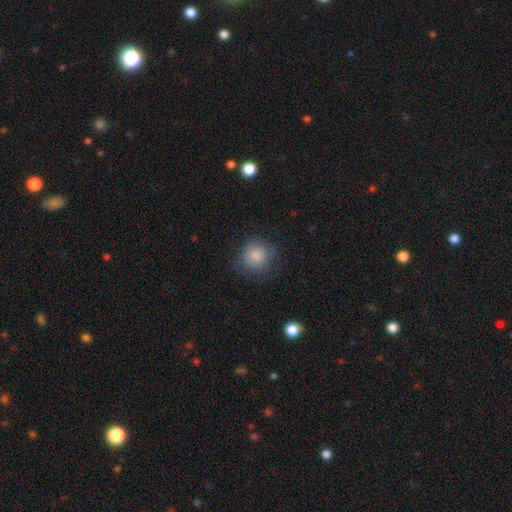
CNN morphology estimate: A smooth galaxy with no disk features (85%) that is round (91%). Merging: none (77%).